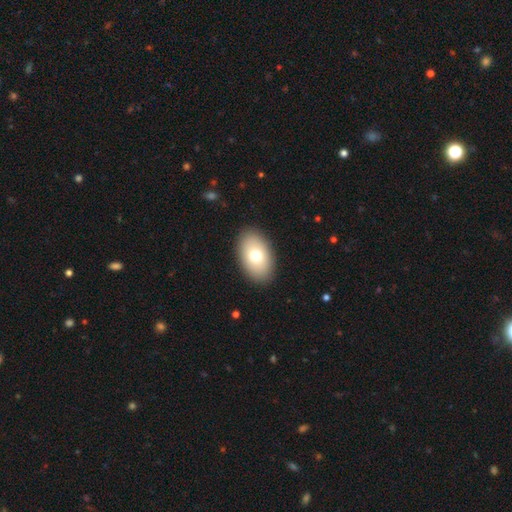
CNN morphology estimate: A smooth galaxy with no disk features (73%) that is in between round and cigar-shaped (90%). Merging: none (89%).